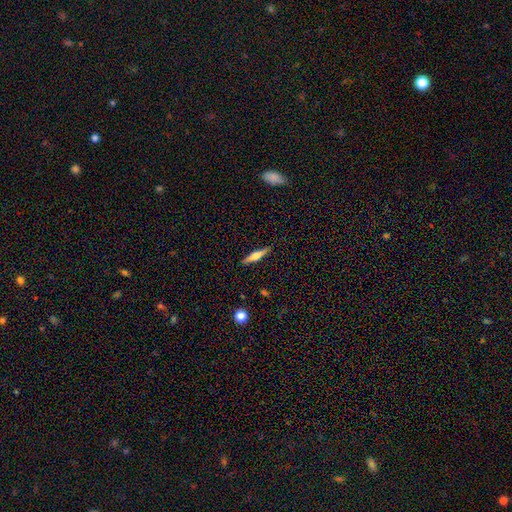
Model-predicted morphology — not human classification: Smooth or featured? featured or disk (53%)
Edge-on disk? yes (96%)
Edge-on bulge? rounded (87%)
Merging? none (89%)